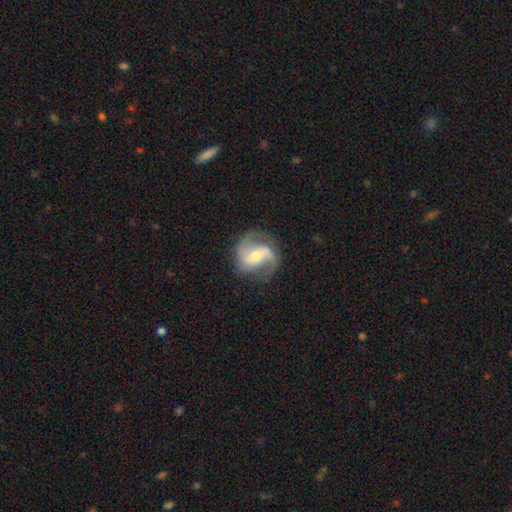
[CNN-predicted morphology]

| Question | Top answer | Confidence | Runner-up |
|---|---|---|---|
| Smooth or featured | featured or disk | 84% | smooth (10%) |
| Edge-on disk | no | 97% | yes (3%) |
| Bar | weak | 43% | no (31%) |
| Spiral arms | yes | 96% | no (4%) |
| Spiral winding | medium | 49% | loose (32%) |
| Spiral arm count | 2 | 84% | 3 (5%) |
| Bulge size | moderate | 51% | small (43%) |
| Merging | none | 75% | minor disturbance (16%) |